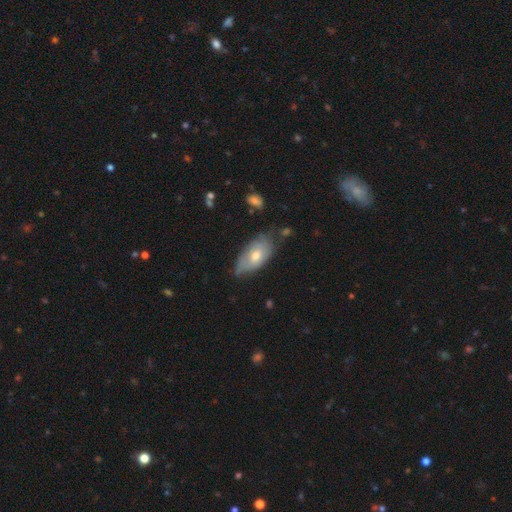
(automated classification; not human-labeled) Smooth or featured?
  - smooth: 57% *
  - featured or disk: 36%
  - star or artifact: 7%
How rounded?
  - in between: 92% *
  - cigar-shaped: 5%
  - round: 4%
Merging?
  - none: 54% *
  - minor disturbance: 35%
  - major disturbance: 8%
  - merger: 3%